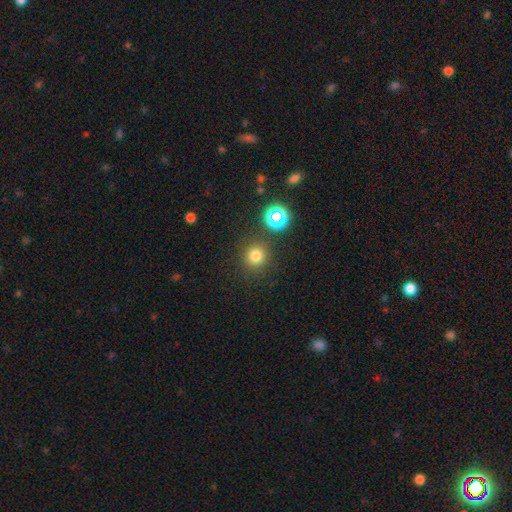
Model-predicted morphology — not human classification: Smooth or featured? smooth (77%)
How rounded? round (92%)
Merging? none (85%)